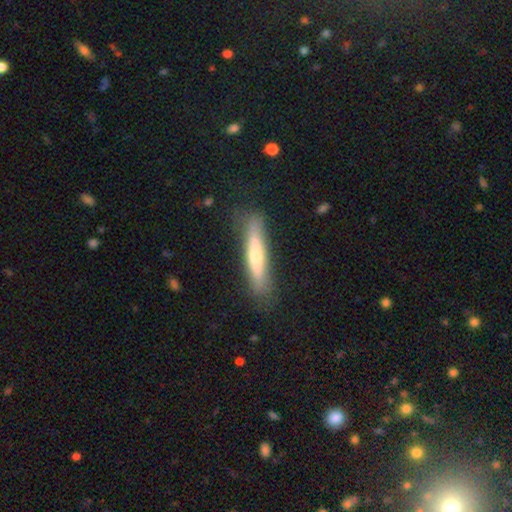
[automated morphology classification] Smooth or featured: smooth — 52% (featured or disk — 42%)
How rounded: cigar-shaped — 90% (in between — 9%)
Merging: none — 82% (minor disturbance — 13%)